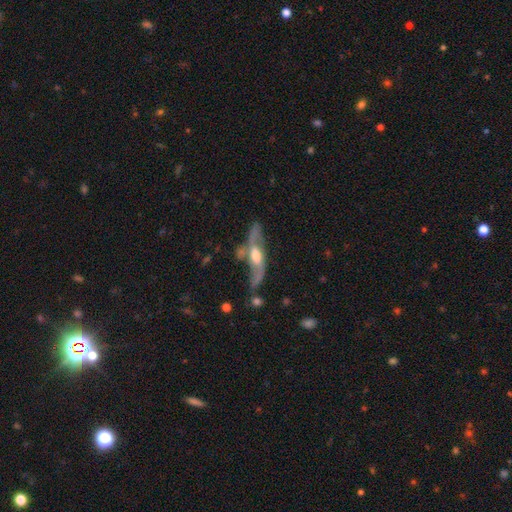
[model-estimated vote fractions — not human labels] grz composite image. It shows a featured or disk galaxy (74%). Merging: none (46%).